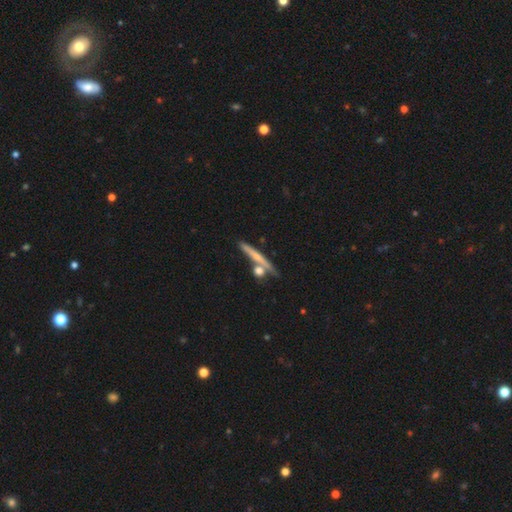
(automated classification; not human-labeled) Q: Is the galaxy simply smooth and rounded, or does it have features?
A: smooth — 52%.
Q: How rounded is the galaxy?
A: cigar-shaped — 85%.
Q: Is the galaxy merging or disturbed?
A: none — 67%.